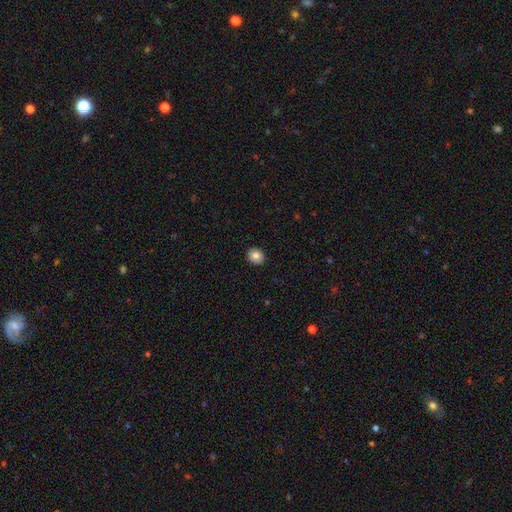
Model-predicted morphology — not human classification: smooth 83%, star or artifact 9%, featured or disk 9%. Down the decision tree: how rounded — round (82%); merging — none (92%).